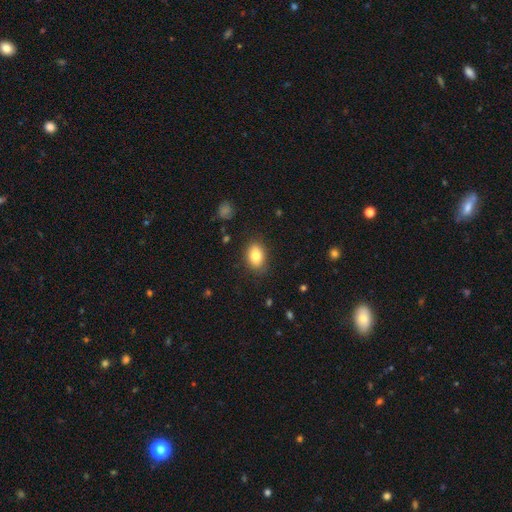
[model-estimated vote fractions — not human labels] Q: Smooth or featured?
A: smooth (82%); runner-up: featured or disk (10%)
Q: How rounded?
A: in between (83%); runner-up: round (16%)
Q: Merging?
A: none (85%); runner-up: minor disturbance (11%)